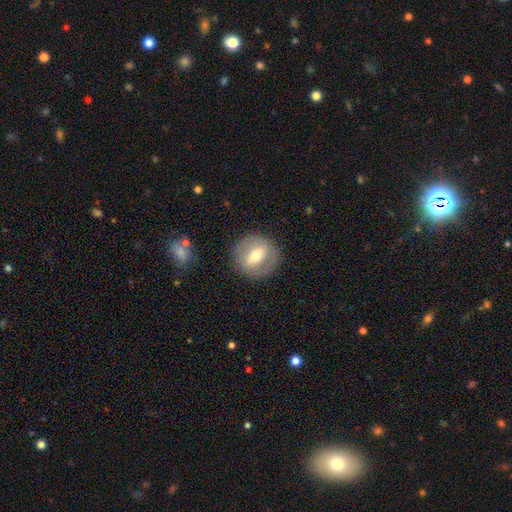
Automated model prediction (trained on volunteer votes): Morphology: type=featured or disk (53%); edge-on=no (92%); merging=none (85%).